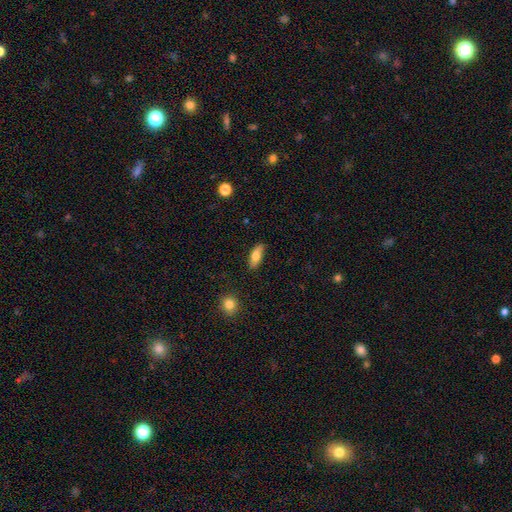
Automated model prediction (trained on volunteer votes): smooth_or_featured: smooth (p=0.78) [alt: featured or disk p=0.15]
how_rounded: in between (p=0.75) [alt: cigar-shaped p=0.23]
merging: none (p=0.82) [alt: minor disturbance p=0.14]